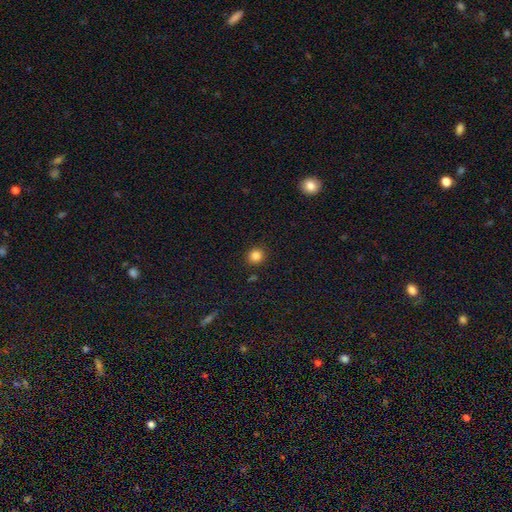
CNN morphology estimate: Overall: smooth (84%). How rounded: round (87%). Merging: none (90%).